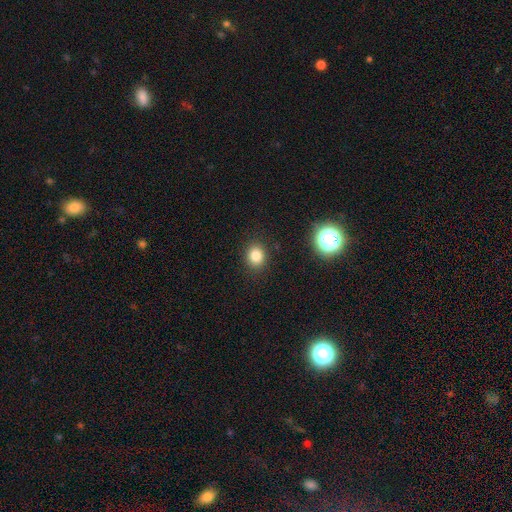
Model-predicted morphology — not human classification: type=smooth (82%); roundness=round (65%); merging=none (88%).